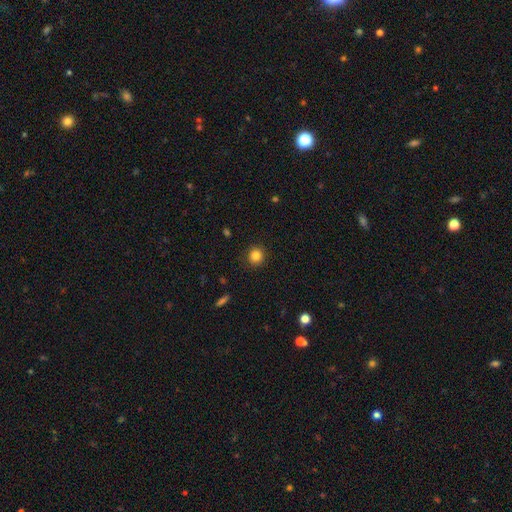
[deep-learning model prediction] Morphology: type=smooth (84%); roundness=round (90%); merging=none (91%).